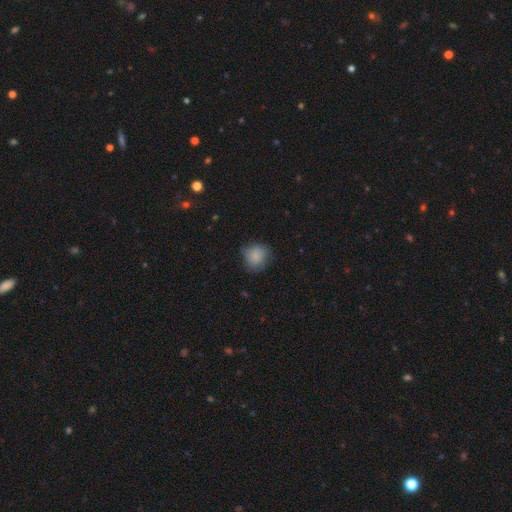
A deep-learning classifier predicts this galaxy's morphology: Q: Smooth or featured?
A: smooth (84%); runner-up: star or artifact (8%)
Q: How rounded?
A: round (83%); runner-up: in between (16%)
Q: Merging?
A: none (71%); runner-up: minor disturbance (22%)